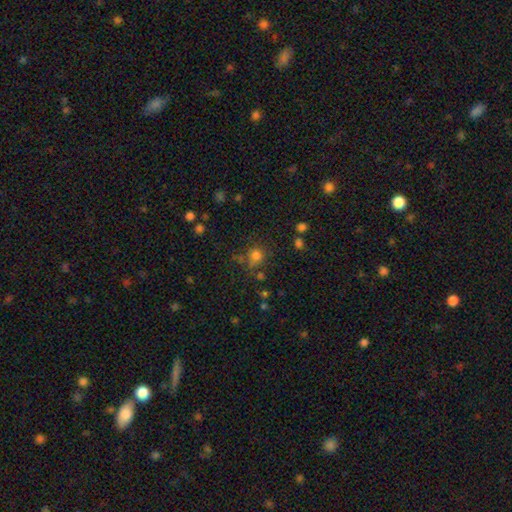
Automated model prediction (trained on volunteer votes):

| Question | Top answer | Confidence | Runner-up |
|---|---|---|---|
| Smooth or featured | smooth | 73% | star or artifact (19%) |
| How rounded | round | 85% | in between (14%) |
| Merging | none | 65% | minor disturbance (14%) |